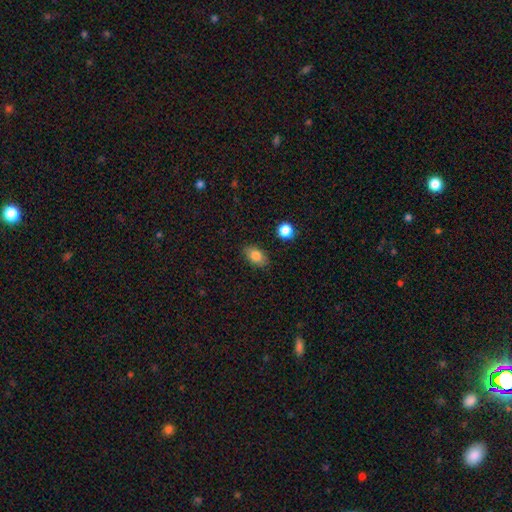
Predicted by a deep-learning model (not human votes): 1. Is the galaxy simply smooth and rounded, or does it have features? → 83% smooth, 9% featured or disk, 8% star or artifact.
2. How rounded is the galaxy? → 88% in between, 10% round, 2% cigar-shaped.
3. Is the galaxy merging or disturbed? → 85% none, 11% minor disturbance, 3% major disturbance, 2% merger.